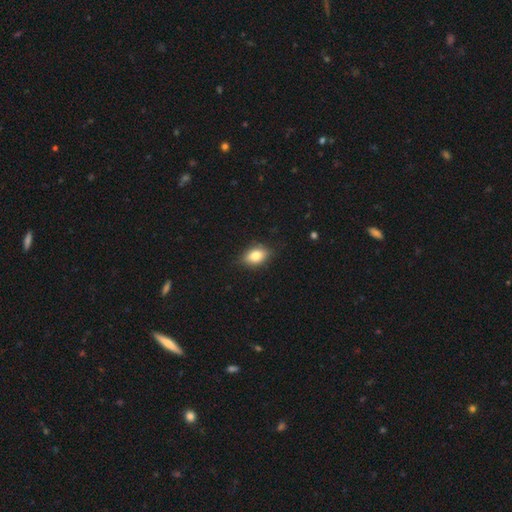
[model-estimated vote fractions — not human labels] Smooth or featured? smooth (79%)
How rounded? in between (81%)
Merging? none (83%)